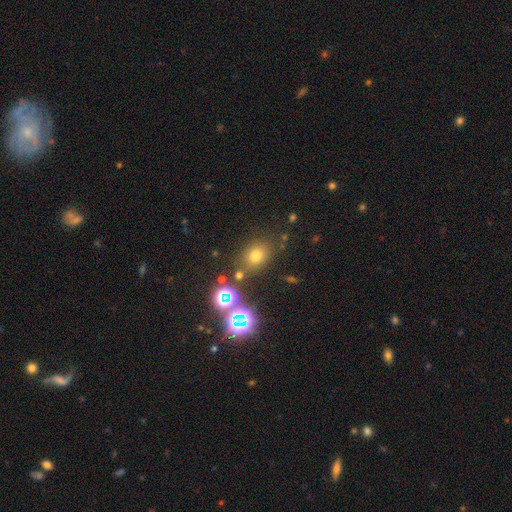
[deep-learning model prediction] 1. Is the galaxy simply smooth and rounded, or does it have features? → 66% smooth, 24% star or artifact, 9% featured or disk.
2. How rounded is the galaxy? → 54% round, 45% in between, 1% cigar-shaped.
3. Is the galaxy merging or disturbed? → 75% none, 12% minor disturbance, 8% merger, 5% major disturbance.